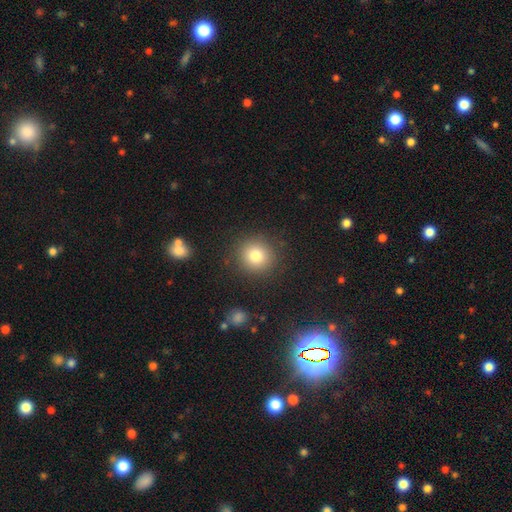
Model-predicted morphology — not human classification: This is likely a smooth galaxy (80%). How rounded: clearly round (91%). Merging: clearly none (88%).